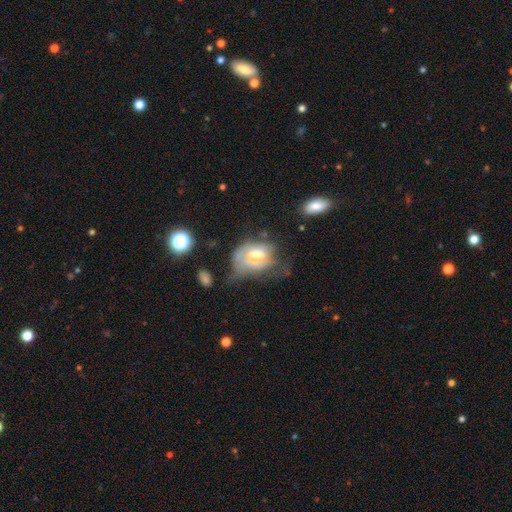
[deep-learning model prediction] smooth_or_featured: smooth (p=0.46) [alt: featured or disk p=0.45]
merging: major disturbance (p=0.44) [alt: minor disturbance p=0.27]